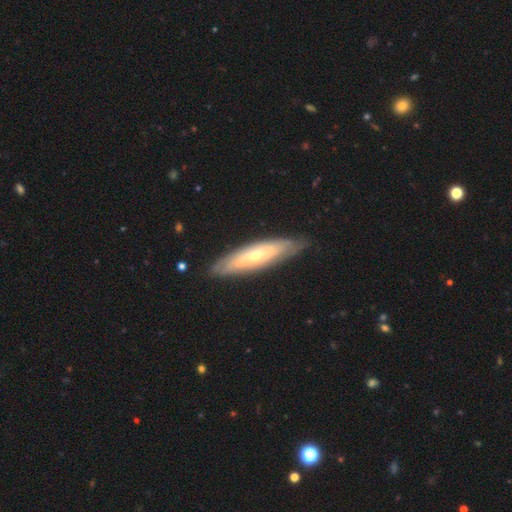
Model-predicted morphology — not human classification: The model was most divided on "edge-on disk": no: 51%, yes: 49%. More confident: merging — none (83%); smooth or featured — featured or disk (59%).